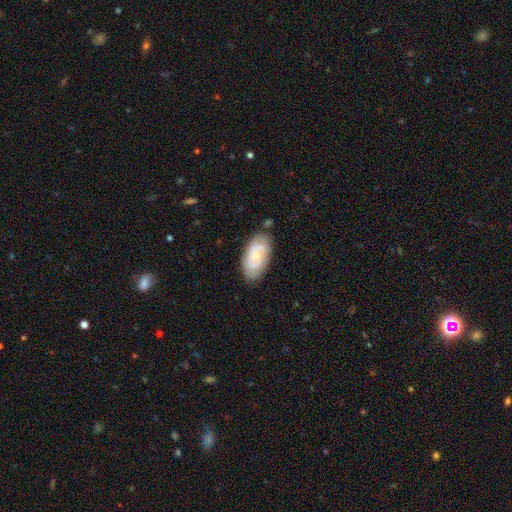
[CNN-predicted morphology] featured or disk 57%, smooth 37%, star or artifact 6%. Down the decision tree: edge-on disk — no (94%); bar — no (68%); spiral arms — yes (82%); bulge size — small (63%); merging — none (79%).